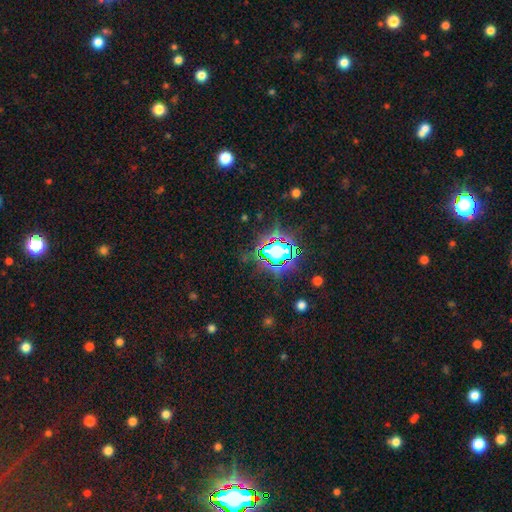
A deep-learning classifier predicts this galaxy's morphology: smooth_or_featured: star or artifact (p=0.82) [alt: smooth p=0.12]